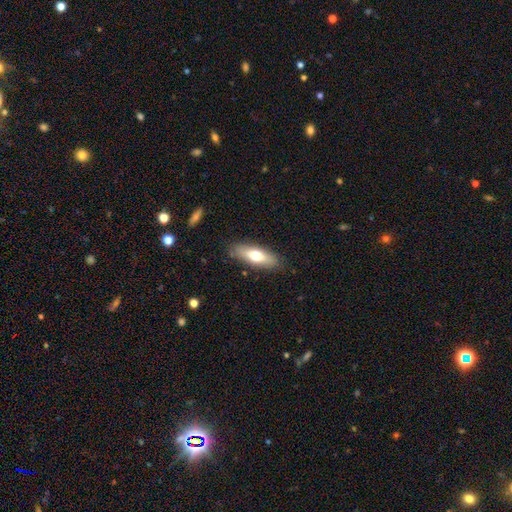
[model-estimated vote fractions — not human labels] smooth-or-featured: smooth: 64% | featured or disk: 30% | star or artifact: 6%
  how-rounded: in between: 60% | cigar-shaped: 37% | round: 2%
  merging: none: 85% | minor disturbance: 11% | major disturbance: 2% | merger: 1%